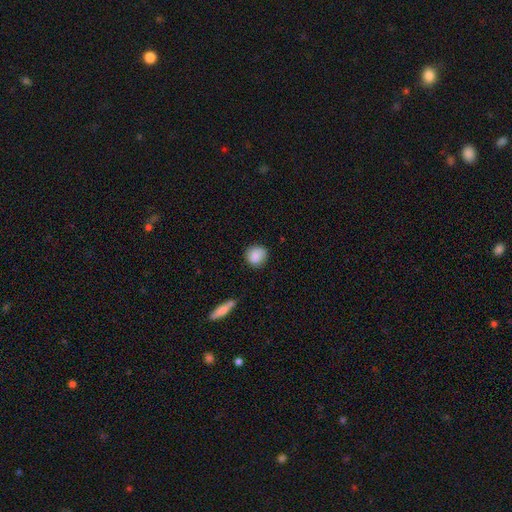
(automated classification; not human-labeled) Morphology: type=smooth (83%); roundness=round (87%); merging=none (79%).